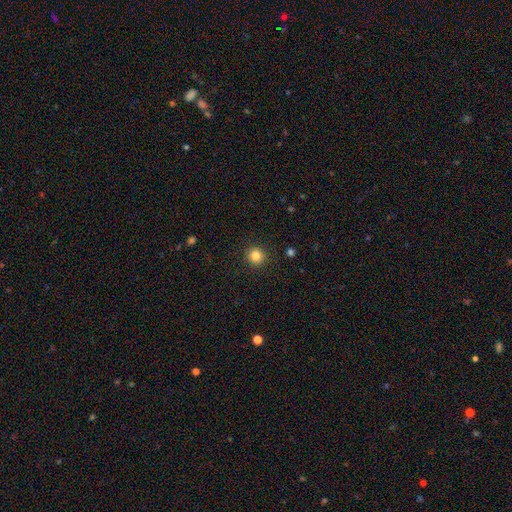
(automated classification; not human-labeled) The model was most divided on "smooth or featured": smooth: 83%, star or artifact: 12%, featured or disk: 6%. More confident: how rounded — round (93%); merging — none (92%).